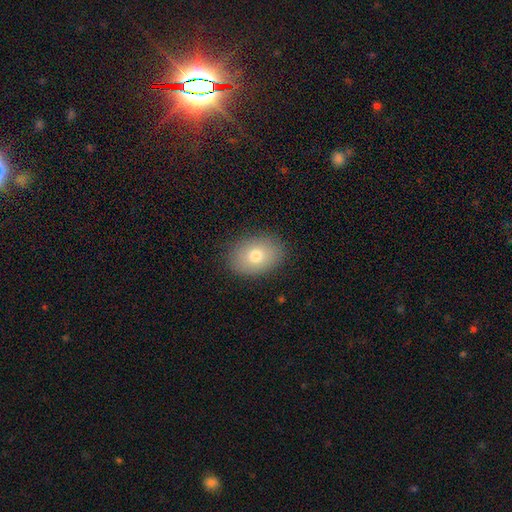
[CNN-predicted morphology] This is likely a smooth galaxy (76%). How rounded: likely in between (77%). Merging: clearly none (88%).